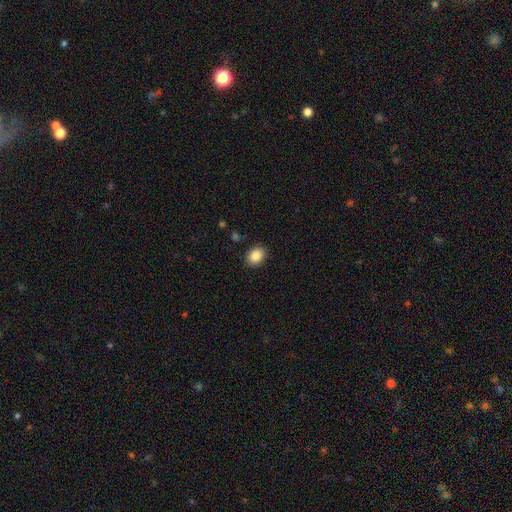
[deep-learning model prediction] Overall: smooth (87%). How rounded: in between (64%; round 35%). Merging: none (89%).